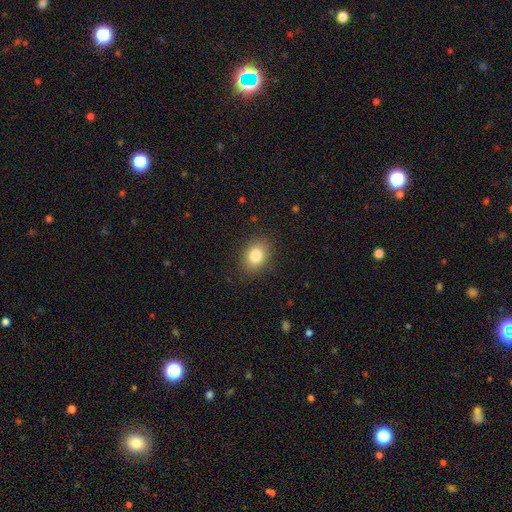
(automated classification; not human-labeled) A smooth galaxy with no disk features (82%) that is in between round and cigar-shaped (65%).

Vote fractions:
- Smooth or featured? smooth: 82% / star or artifact: 10% / featured or disk: 8%
- How rounded? in between: 65% / round: 34% / cigar-shaped: 1%
- Merging? none: 87% / minor disturbance: 9% / major disturbance: 3% / merger: 1%